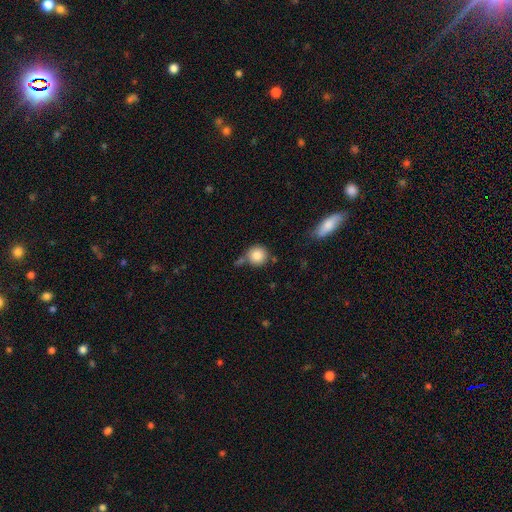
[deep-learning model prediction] smooth_or_featured: smooth (p=0.85) [alt: star or artifact p=0.09]
how_rounded: round (p=0.93) [alt: in between p=0.06]
merging: none (p=0.68) [alt: minor disturbance p=0.14]